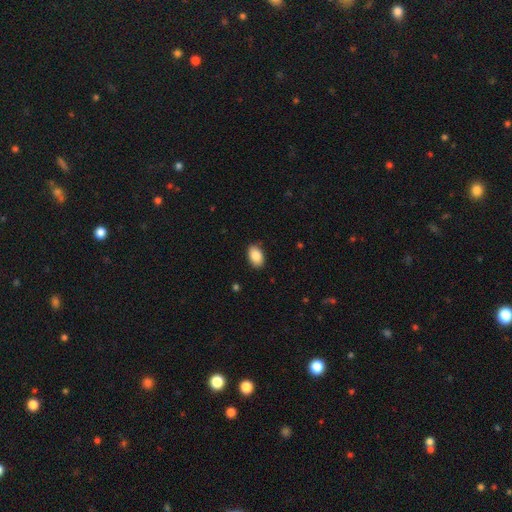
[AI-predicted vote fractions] A smooth galaxy with no disk features (87%) that is in between round and cigar-shaped (90%). Merging: none (86%).